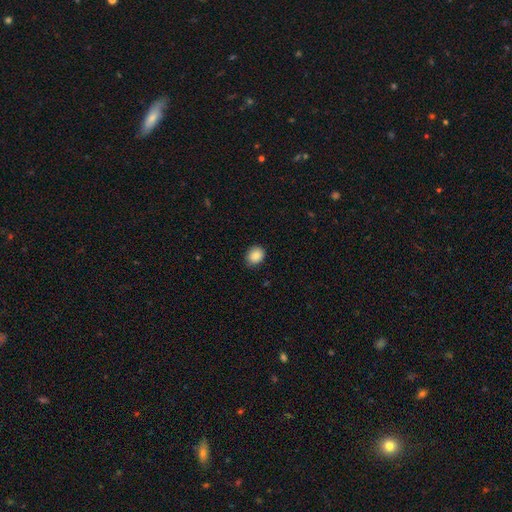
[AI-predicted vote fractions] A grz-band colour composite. It shows a smooth galaxy with no disk features (87%) that is round (58%). Merging: none (87%).